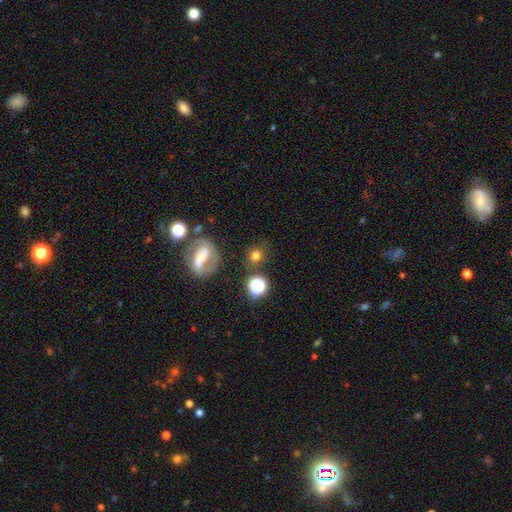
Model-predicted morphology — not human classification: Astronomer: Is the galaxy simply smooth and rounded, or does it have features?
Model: smooth — 71%.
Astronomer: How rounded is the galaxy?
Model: round — 83%.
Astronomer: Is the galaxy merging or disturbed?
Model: none — 75%.